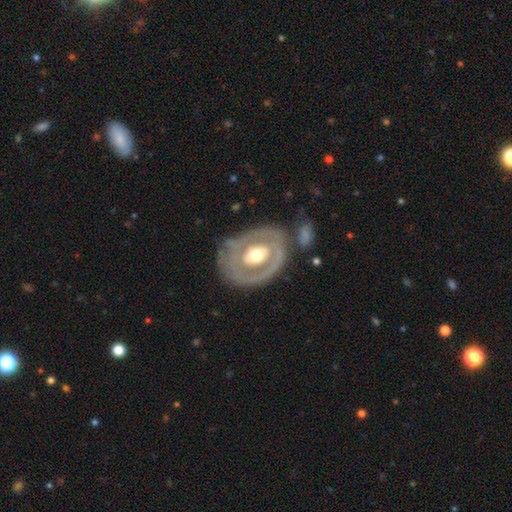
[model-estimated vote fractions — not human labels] Smooth or featured: featured or disk — 73% (smooth — 22%)
Edge-on disk: no — 94% (yes — 6%)
Bar: no — 66% (weak — 22%)
Spiral arms: no — 63% (yes — 37%)
Bulge size: moderate — 67% (large — 23%)
Merging: none — 66% (minor disturbance — 18%)